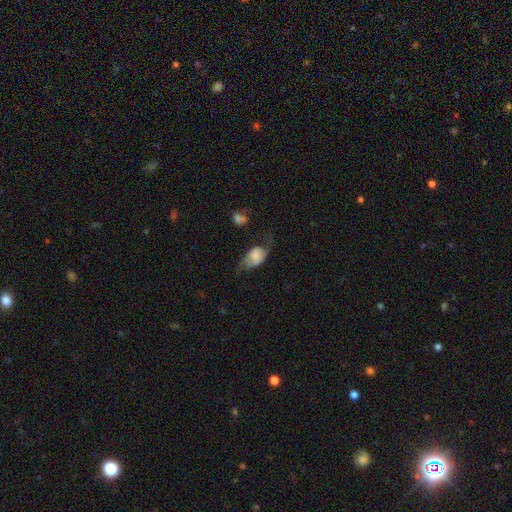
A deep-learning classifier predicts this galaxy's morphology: Smooth or featured?
  - smooth: 47% *
  - featured or disk: 45%
  - star or artifact: 8%
Merging?
  - none: 39% *
  - major disturbance: 29%
  - minor disturbance: 27%
  - merger: 5%